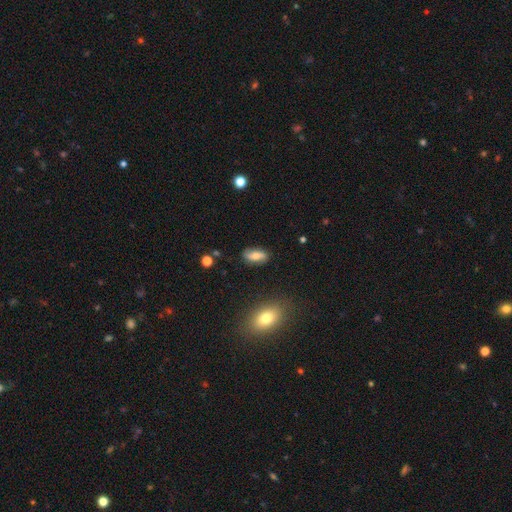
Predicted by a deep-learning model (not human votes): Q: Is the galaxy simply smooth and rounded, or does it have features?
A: smooth — 52%.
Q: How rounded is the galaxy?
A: in between — 82%.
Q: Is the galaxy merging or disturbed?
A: none — 83%.